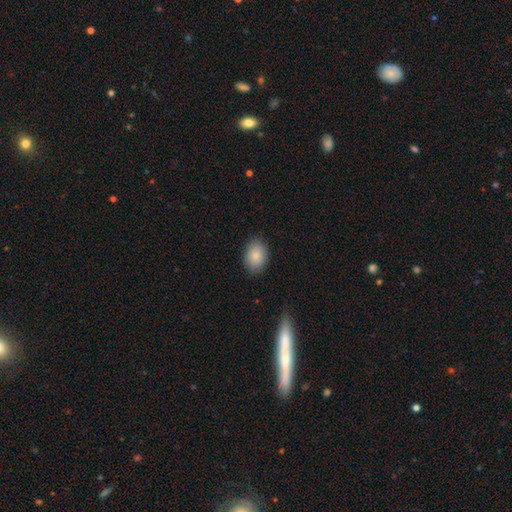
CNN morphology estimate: Smooth or featured? Predicted: smooth (p=0.85). How rounded? Predicted: in between (p=0.80). Merging? Predicted: none (p=0.86).